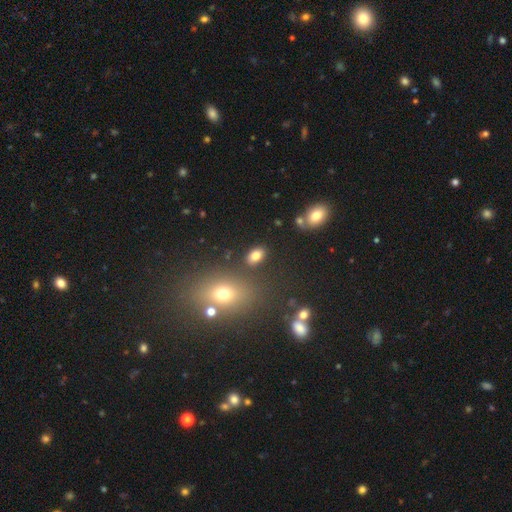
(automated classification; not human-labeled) A smooth galaxy with no disk features (81%) that is in between round and cigar-shaped (86%).

Vote fractions:
- Smooth or featured? smooth: 81% / star or artifact: 12% / featured or disk: 8%
- How rounded? in between: 86% / round: 13% / cigar-shaped: 2%
- Merging? none: 83% / minor disturbance: 9% / merger: 5% / major disturbance: 3%